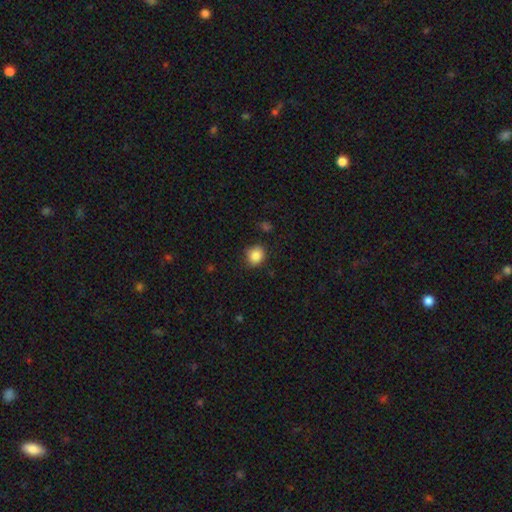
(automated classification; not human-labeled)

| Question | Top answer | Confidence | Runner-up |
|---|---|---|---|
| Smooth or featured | smooth | 86% | star or artifact (9%) |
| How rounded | round | 75% | in between (24%) |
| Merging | none | 84% | minor disturbance (12%) |